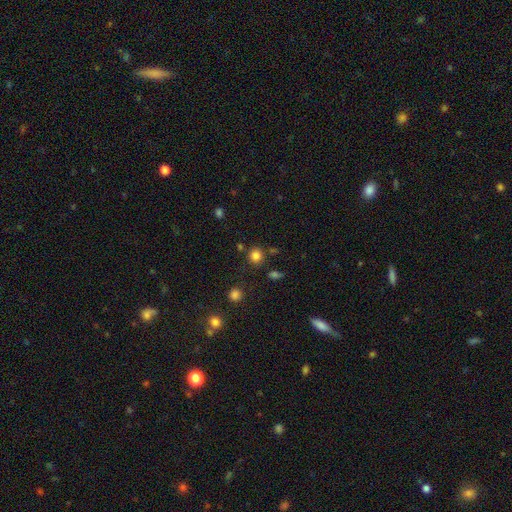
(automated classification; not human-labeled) Smooth or featured: smooth — 81% (star or artifact — 14%)
How rounded: round — 89% (in between — 10%)
Merging: none — 81% (minor disturbance — 9%)